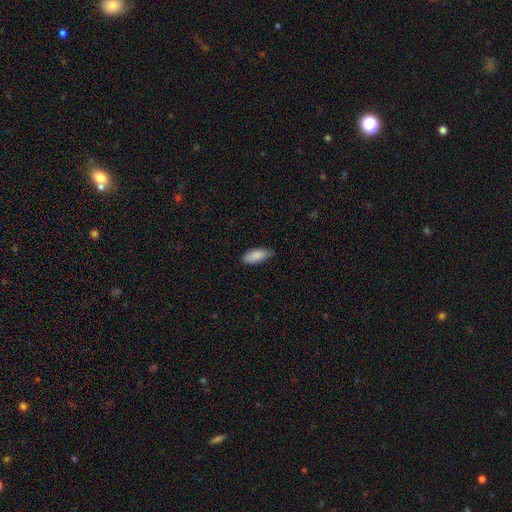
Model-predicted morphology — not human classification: Smooth or featured? Predicted: smooth (p=0.88). How rounded? Predicted: in between (p=0.84). Merging? Predicted: none (p=0.79).